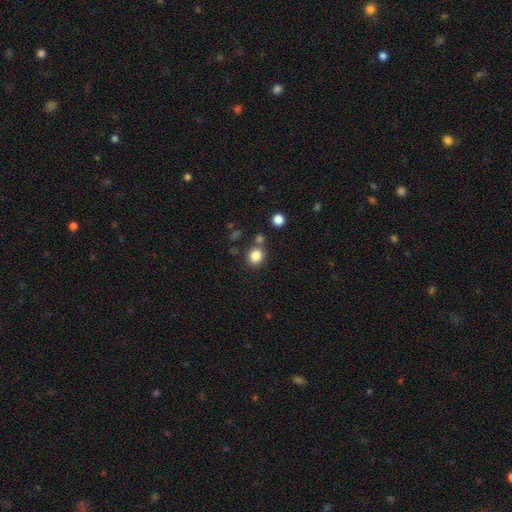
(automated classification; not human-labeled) A smooth galaxy with no disk features (84%) that is round (71%).

Vote fractions:
- Smooth or featured? smooth: 84% / star or artifact: 11% / featured or disk: 5%
- How rounded? round: 71% / in between: 28% / cigar-shaped: 1%
- Merging? none: 74% / merger: 12% / minor disturbance: 10% / major disturbance: 3%